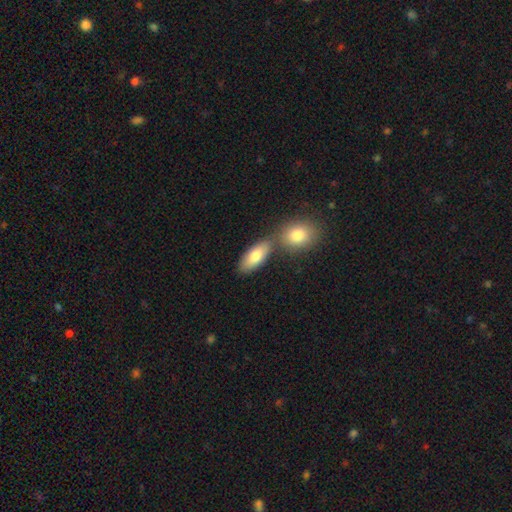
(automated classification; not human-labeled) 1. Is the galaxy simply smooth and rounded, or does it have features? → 79% smooth, 14% featured or disk, 7% star or artifact.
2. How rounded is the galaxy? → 85% in between, 11% cigar-shaped, 5% round.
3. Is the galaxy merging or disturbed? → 58% none, 29% merger, 10% minor disturbance, 3% major disturbance.